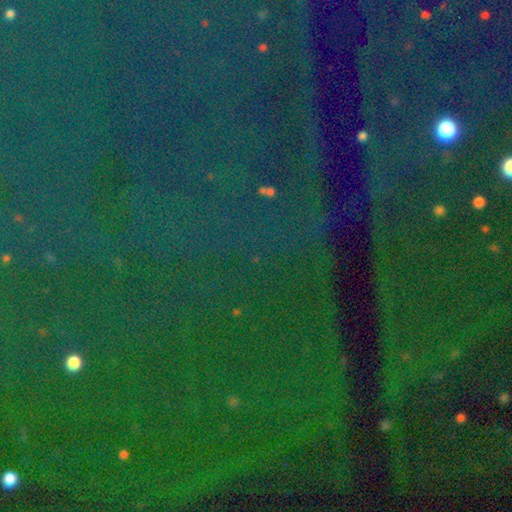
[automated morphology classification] Smooth or featured? star or artifact (86%)